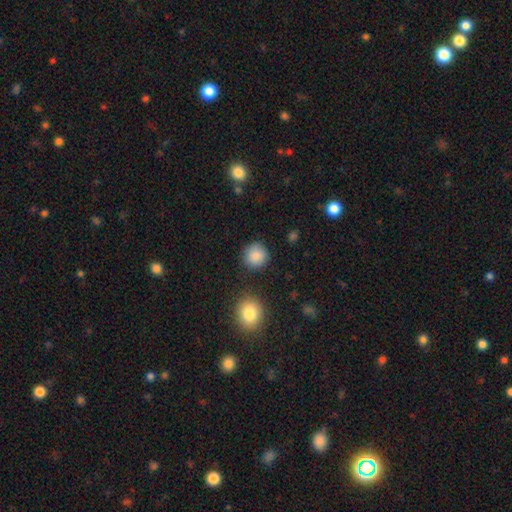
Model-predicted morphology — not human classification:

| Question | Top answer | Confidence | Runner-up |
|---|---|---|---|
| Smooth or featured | smooth | 87% | star or artifact (9%) |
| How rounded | round | 92% | in between (7%) |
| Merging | none | 87% | minor disturbance (8%) |